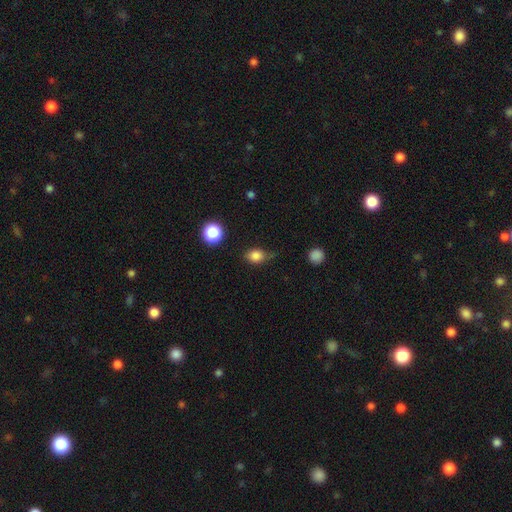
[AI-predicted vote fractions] This is clearly a smooth galaxy (83%). How rounded: possibly in between (60%). Merging: possibly none (60%).